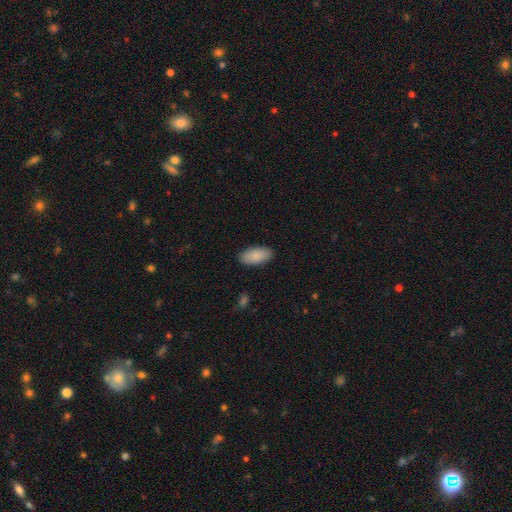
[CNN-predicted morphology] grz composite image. It shows a smooth galaxy with no disk features (89%) that is in between round and cigar-shaped (93%). Merging: none (89%).